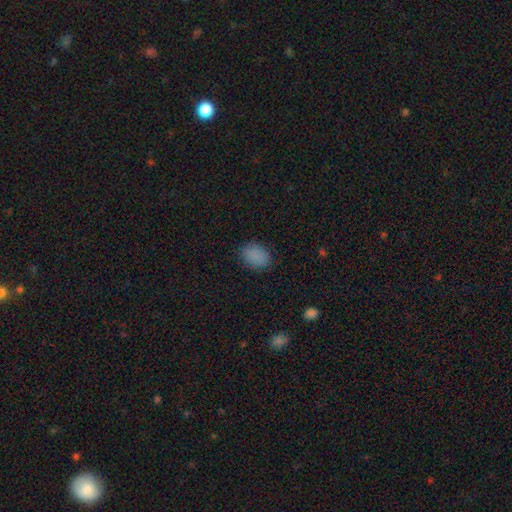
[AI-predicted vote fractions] smooth_or_featured: smooth (p=0.86) [alt: star or artifact p=0.11]
how_rounded: in between (p=0.72) [alt: round p=0.27]
merging: none (p=0.85) [alt: minor disturbance p=0.11]